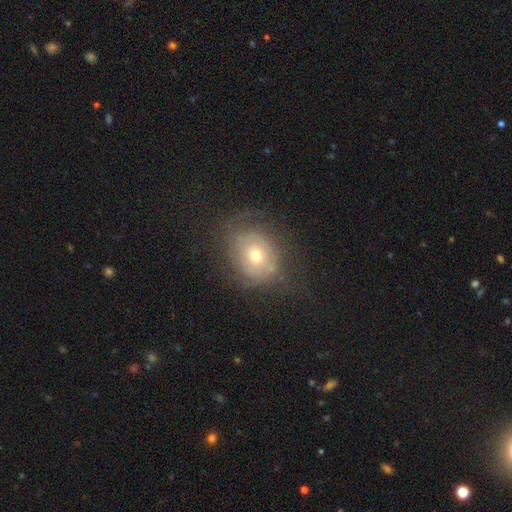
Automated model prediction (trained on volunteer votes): Overall: smooth (51%; featured or disk 38%). How rounded: round (59%; in between 41%). Merging: none (59%; minor disturbance 23%).